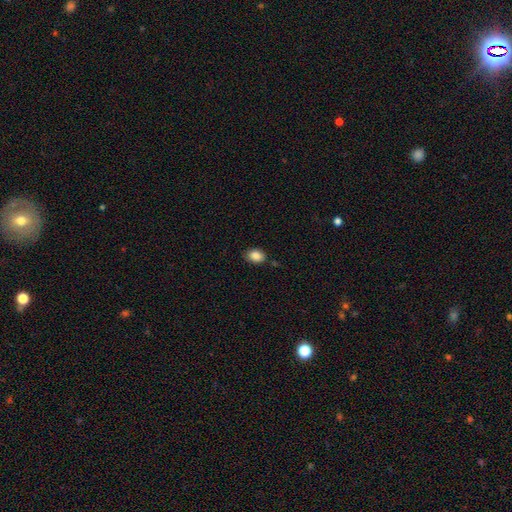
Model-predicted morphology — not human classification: Smooth or featured? Predicted: smooth (p=0.86). How rounded? Predicted: in between (p=0.67). Merging? Predicted: none (p=0.81).